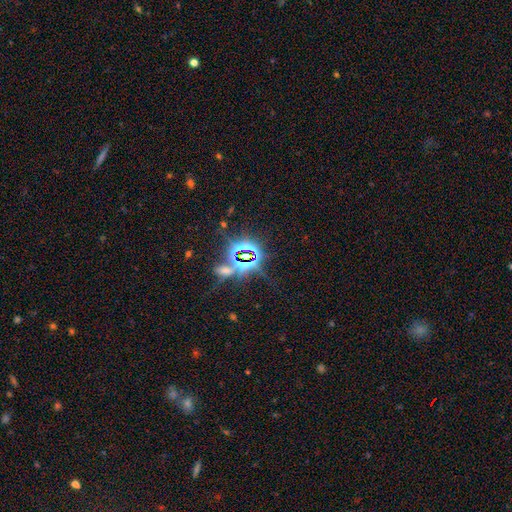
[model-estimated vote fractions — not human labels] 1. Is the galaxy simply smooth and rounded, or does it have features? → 79% star or artifact, 11% smooth, 10% featured or disk.